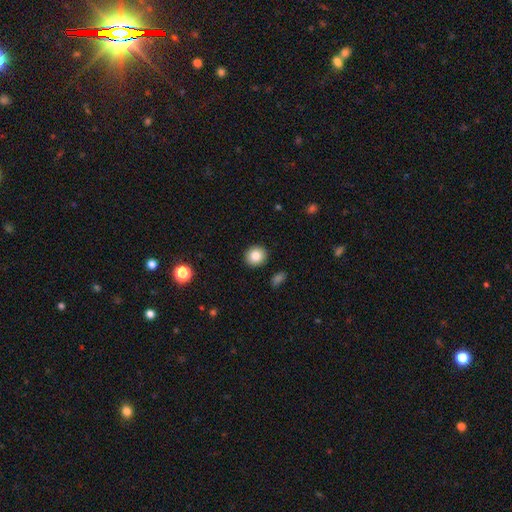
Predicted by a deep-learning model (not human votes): Smooth or featured: smooth — 84% (star or artifact — 9%)
How rounded: round — 78% (in between — 21%)
Merging: none — 91% (minor disturbance — 6%)